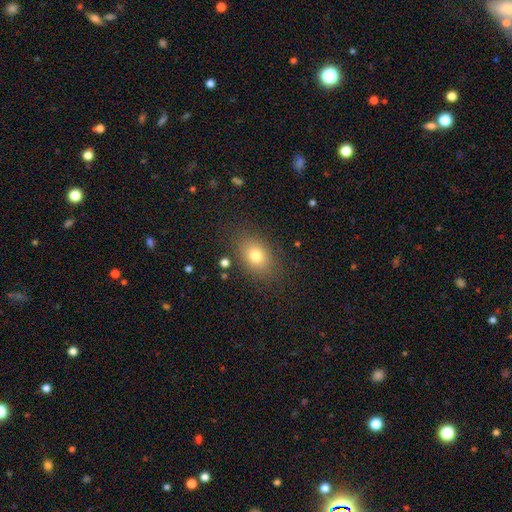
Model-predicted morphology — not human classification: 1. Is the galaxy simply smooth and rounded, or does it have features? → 76% smooth, 12% featured or disk, 12% star or artifact.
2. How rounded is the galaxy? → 74% in between, 25% round, 1% cigar-shaped.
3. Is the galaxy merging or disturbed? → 83% none, 11% minor disturbance, 4% major disturbance, 2% merger.